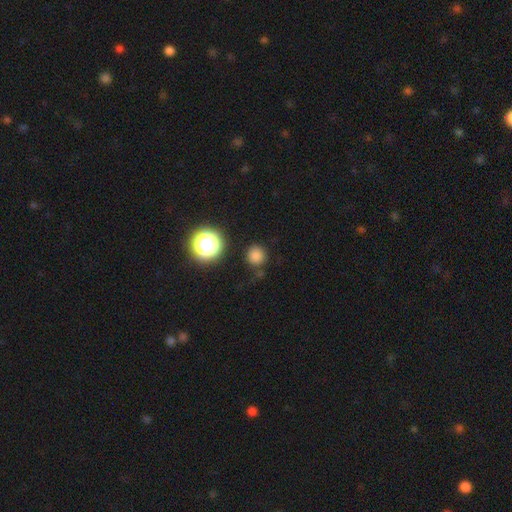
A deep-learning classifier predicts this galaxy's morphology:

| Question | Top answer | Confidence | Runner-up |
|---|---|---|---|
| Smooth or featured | smooth | 78% | star or artifact (17%) |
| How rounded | round | 93% | in between (6%) |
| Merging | none | 84% | minor disturbance (10%) |